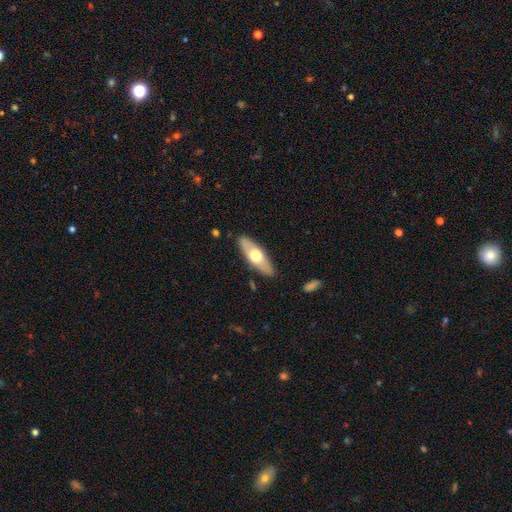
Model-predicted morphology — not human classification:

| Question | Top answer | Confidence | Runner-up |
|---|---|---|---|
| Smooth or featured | smooth | 49% | featured or disk (46%) |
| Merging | none | 87% | minor disturbance (10%) |